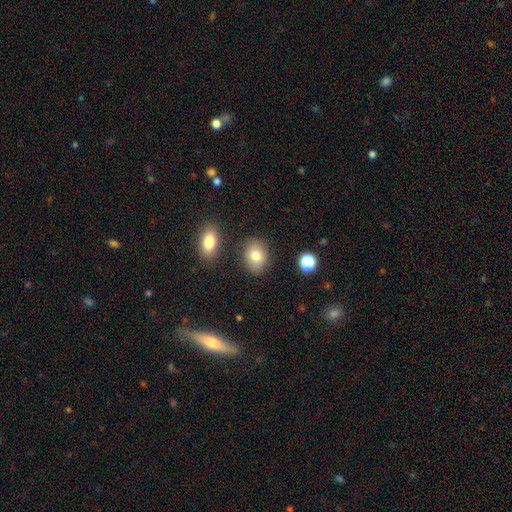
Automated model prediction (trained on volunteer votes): A smooth galaxy with no disk features (78%) that is in between round and cigar-shaped (67%). Merging: none (82%).